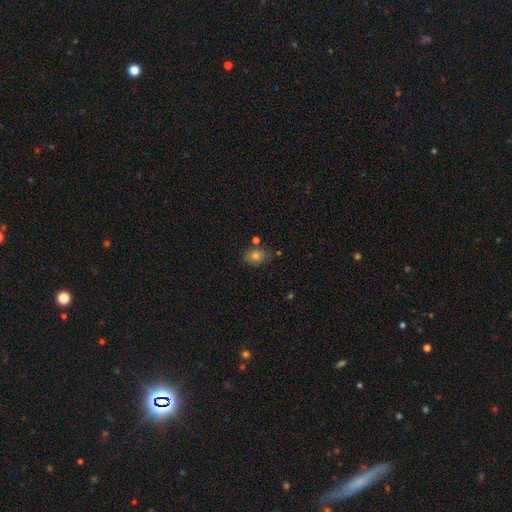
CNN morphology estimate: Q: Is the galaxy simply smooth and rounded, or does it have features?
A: smooth — 79%.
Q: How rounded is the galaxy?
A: in between — 63%.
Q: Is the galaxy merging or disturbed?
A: none — 72%.